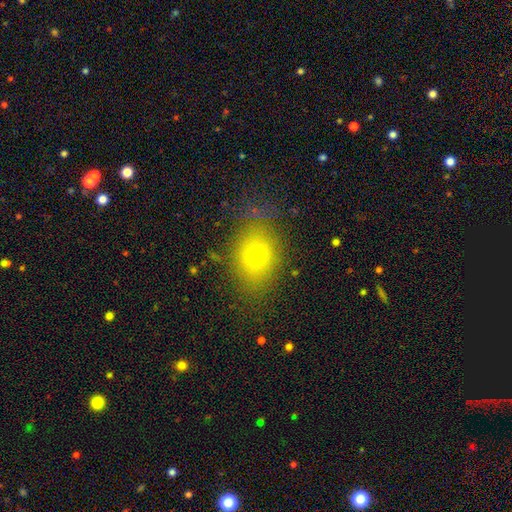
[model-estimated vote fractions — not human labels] Overall: smooth (72%). How rounded: in between (59%; round 40%). Merging: none (74%).